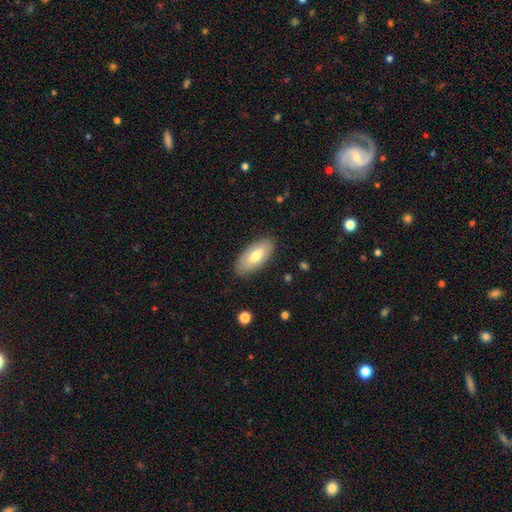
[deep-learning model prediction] Overall: smooth (69%). How rounded: in between (90%). Merging: none (85%).